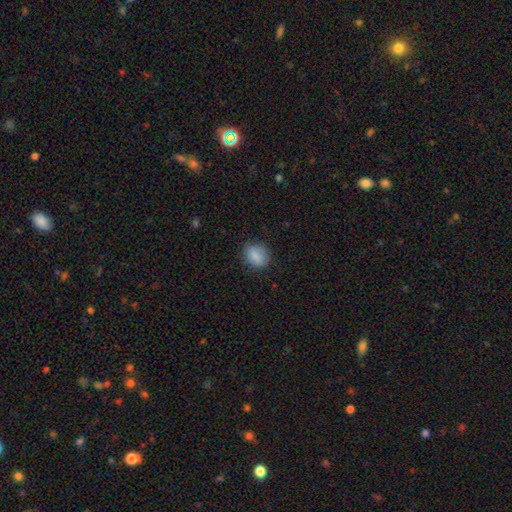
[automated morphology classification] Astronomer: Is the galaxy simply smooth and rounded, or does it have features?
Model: smooth — 85%.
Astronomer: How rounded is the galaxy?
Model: in between — 54% (runner-up: round, 45%).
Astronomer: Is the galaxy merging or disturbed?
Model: none — 80%.